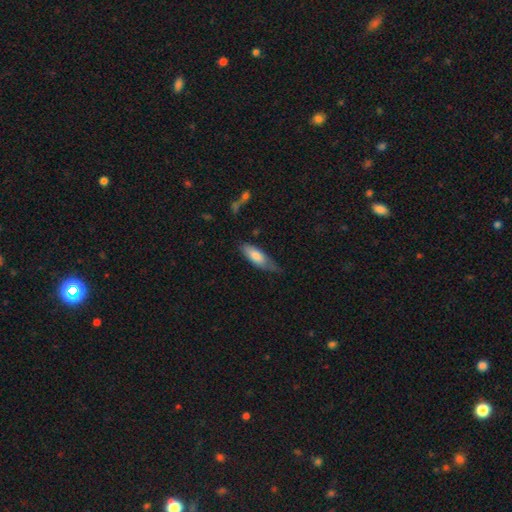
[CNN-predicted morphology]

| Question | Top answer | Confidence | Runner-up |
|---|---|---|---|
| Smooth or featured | smooth | 76% | featured or disk (18%) |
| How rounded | in between | 62% | cigar-shaped (36%) |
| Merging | none | 49% | minor disturbance (39%) |